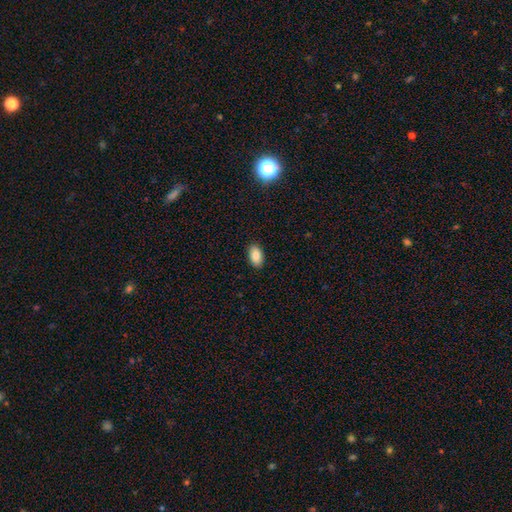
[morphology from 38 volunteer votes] Volunteers were most divided on "smooth or featured": smooth: 89%, star or artifact: 8%, featured or disk: 3%. More confident: how rounded — in between (94%); merging — none (91%).